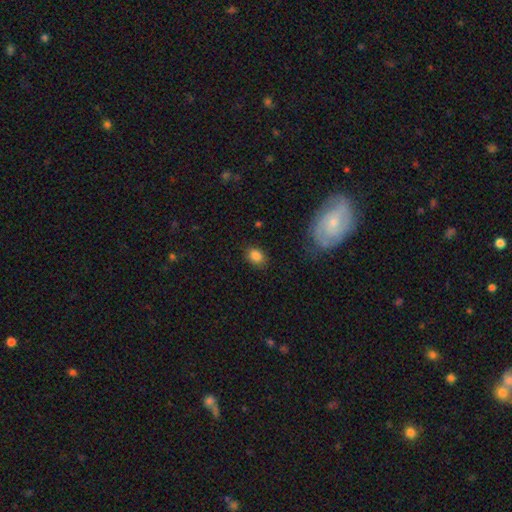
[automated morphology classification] smooth_or_featured: smooth (p=0.84) [alt: star or artifact p=0.10]
how_rounded: in between (p=0.65) [alt: round p=0.34]
merging: none (p=0.83) [alt: minor disturbance p=0.12]